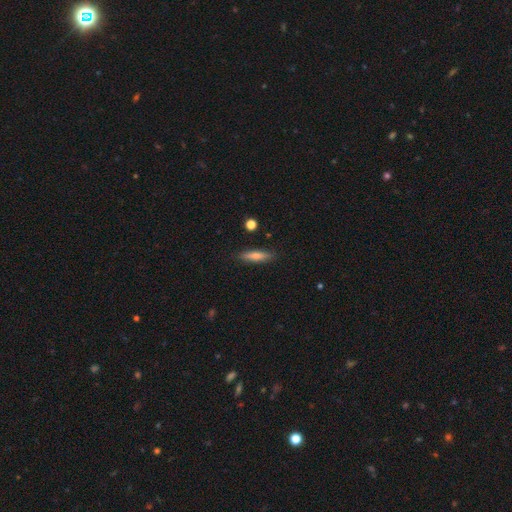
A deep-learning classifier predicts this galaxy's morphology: Overall: smooth (63%; featured or disk 29%). How rounded: cigar-shaped (81%). Merging: none (88%).